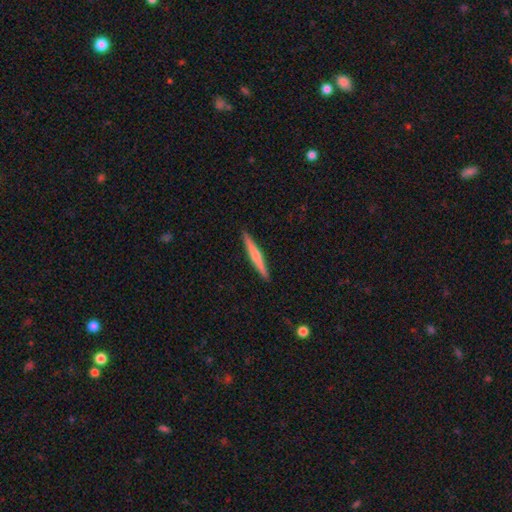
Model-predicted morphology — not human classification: smooth 53%, featured or disk 42%, star or artifact 5%. Down the decision tree: how rounded — cigar-shaped (96%); merging — none (92%).